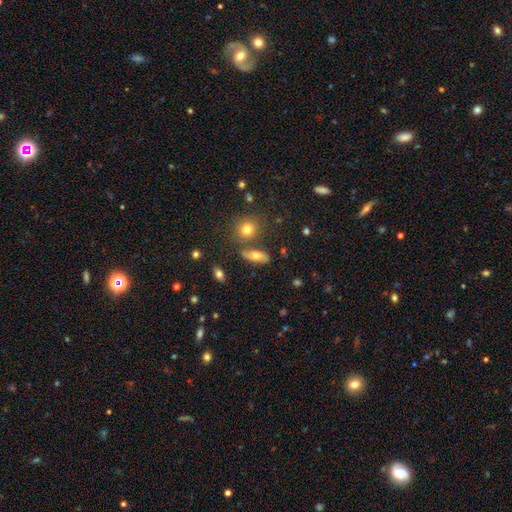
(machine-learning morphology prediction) The model was most divided on "smooth or featured": smooth: 67%, featured or disk: 23%, star or artifact: 11%. More confident: merging — none (73%); how rounded — in between (72%).